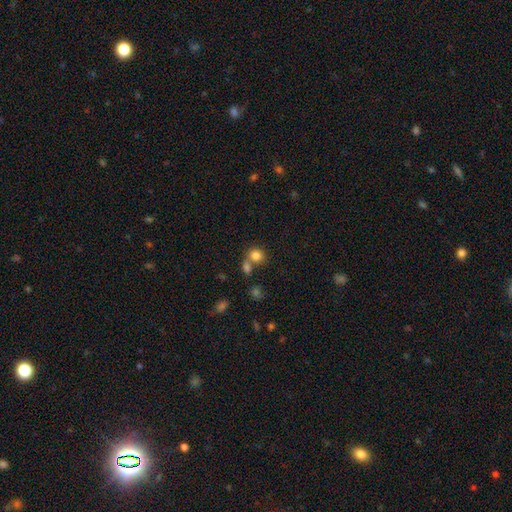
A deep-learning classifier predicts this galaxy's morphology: Smooth or featured: smooth — 83% (star or artifact — 11%)
How rounded: round — 77% (in between — 22%)
Merging: none — 57% (merger — 30%)